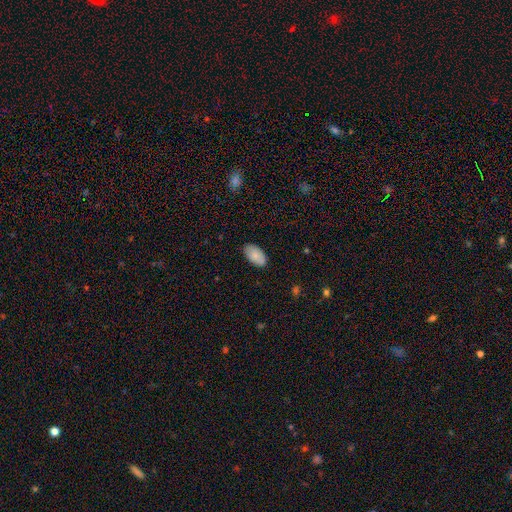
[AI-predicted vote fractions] smooth 84%, featured or disk 9%, star or artifact 6%. Down the decision tree: how rounded — in between (95%); merging — none (85%).